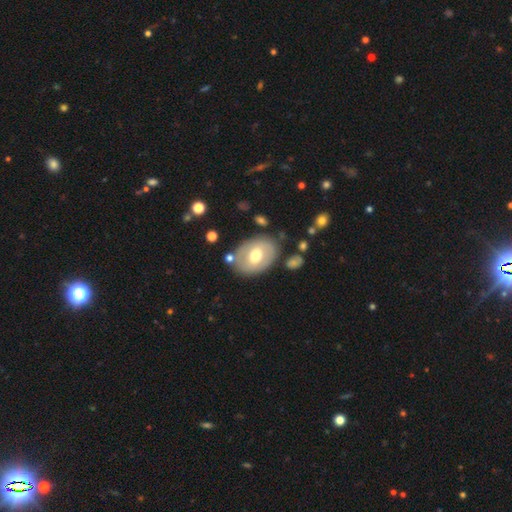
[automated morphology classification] type=smooth (52%); roundness=in between (74%); merging=none (76%).